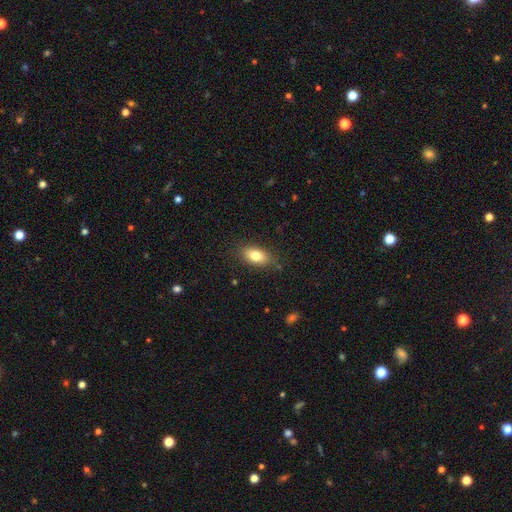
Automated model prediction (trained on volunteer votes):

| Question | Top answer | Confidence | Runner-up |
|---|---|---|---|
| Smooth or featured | smooth | 79% | featured or disk (12%) |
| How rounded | in between | 87% | round (7%) |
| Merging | none | 82% | minor disturbance (13%) |